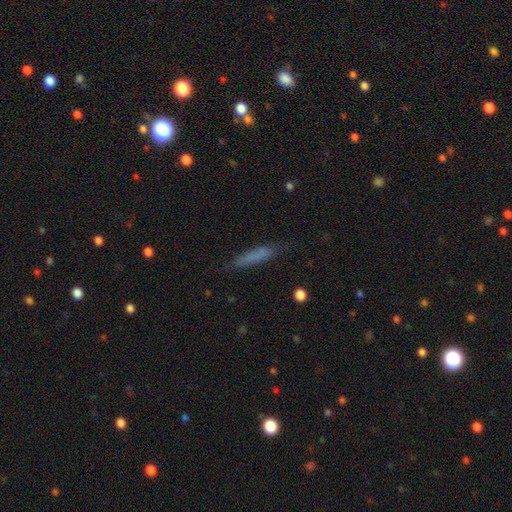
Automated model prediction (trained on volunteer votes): Smooth or featured: smooth — 70% (featured or disk — 21%)
How rounded: cigar-shaped — 88% (in between — 11%)
Merging: none — 76% (minor disturbance — 17%)